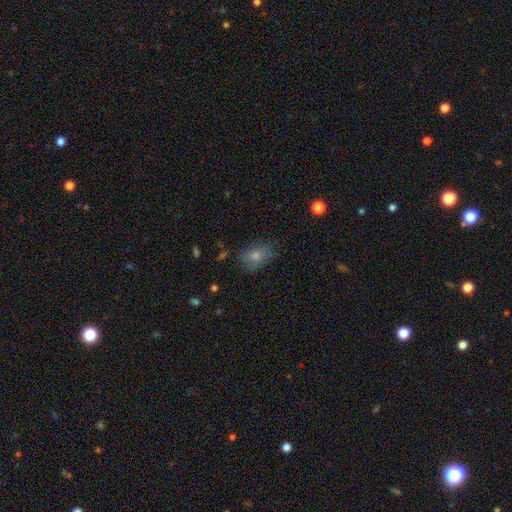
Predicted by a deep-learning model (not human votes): smooth 63%, featured or disk 21%, star or artifact 16%. Down the decision tree: how rounded — in between (72%); merging — none (69%).